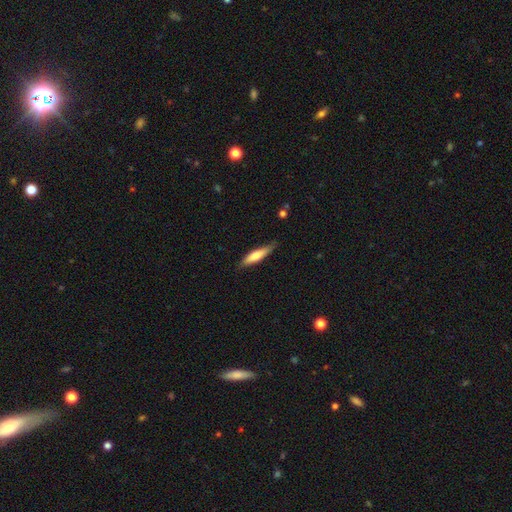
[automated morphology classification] Smooth or featured: smooth — 64% (featured or disk — 31%)
How rounded: cigar-shaped — 77% (in between — 21%)
Merging: none — 76% (minor disturbance — 19%)